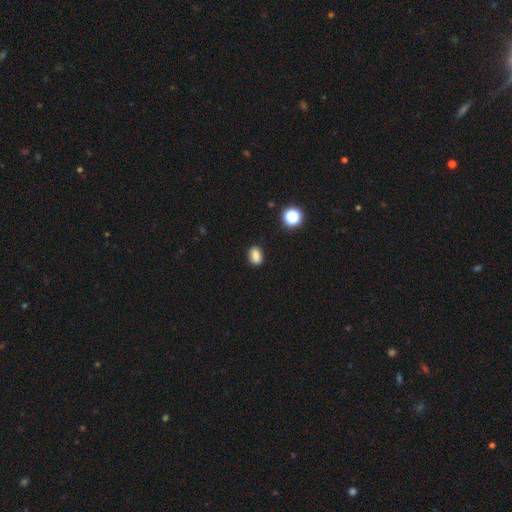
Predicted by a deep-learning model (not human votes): Smooth or featured? smooth (82%)
How rounded? in between (75%)
Merging? none (87%)